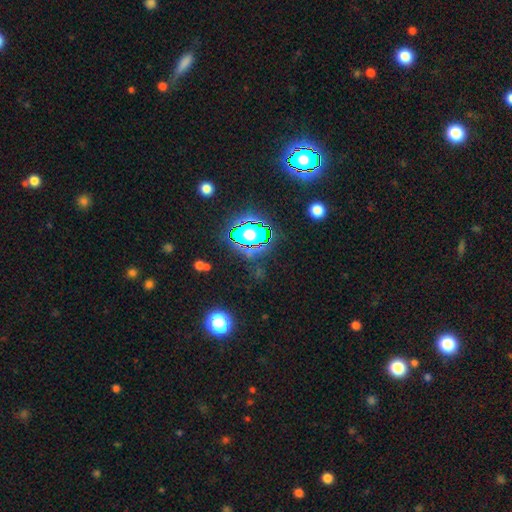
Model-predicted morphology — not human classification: Q: Smooth or featured?
A: star or artifact (80%); runner-up: smooth (12%)